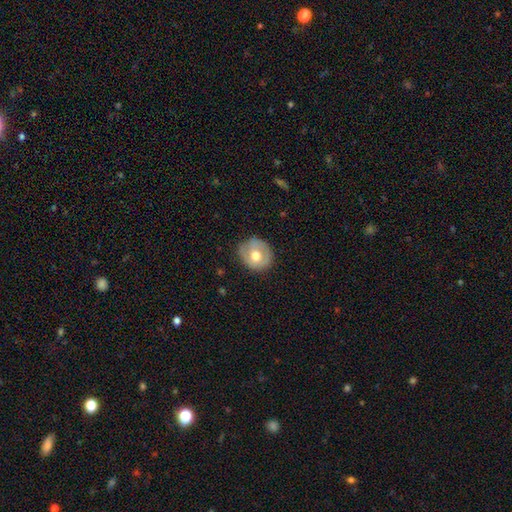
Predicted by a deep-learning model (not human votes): Smooth or featured? smooth (59%)
How rounded? round (80%)
Merging? none (73%)